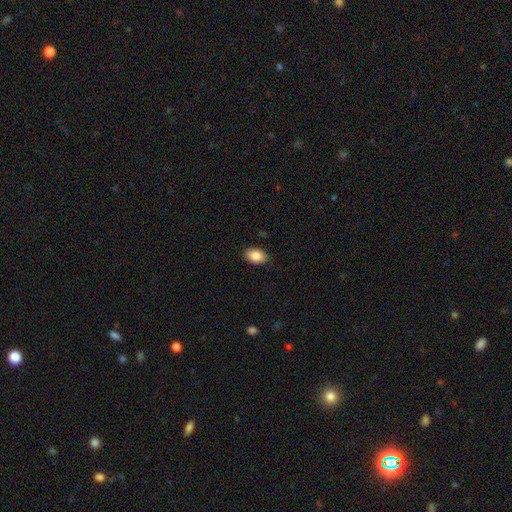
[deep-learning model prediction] This is clearly a smooth galaxy (88%). How rounded: clearly in between (88%). Merging: clearly none (88%).